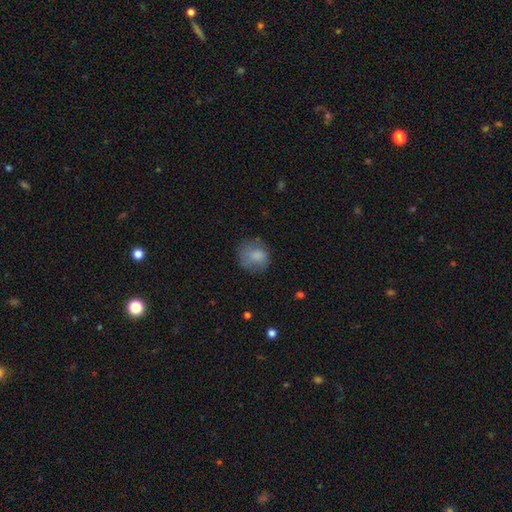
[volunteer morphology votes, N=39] A smooth galaxy with no disk features (74%) that is round (86%). Merging: none (71%).